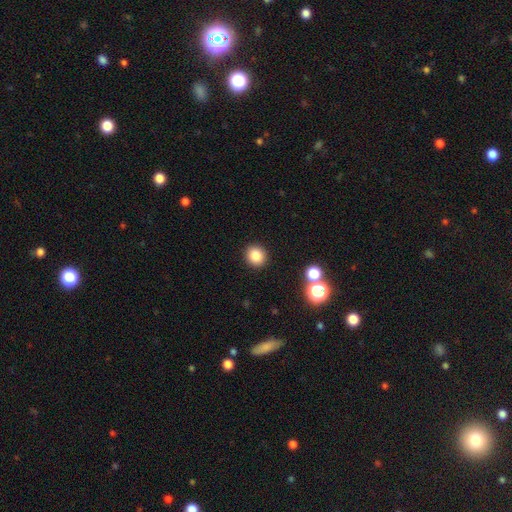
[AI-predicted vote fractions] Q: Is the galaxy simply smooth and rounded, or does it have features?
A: smooth — 83%.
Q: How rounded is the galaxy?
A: round — 88%.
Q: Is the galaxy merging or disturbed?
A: none — 91%.